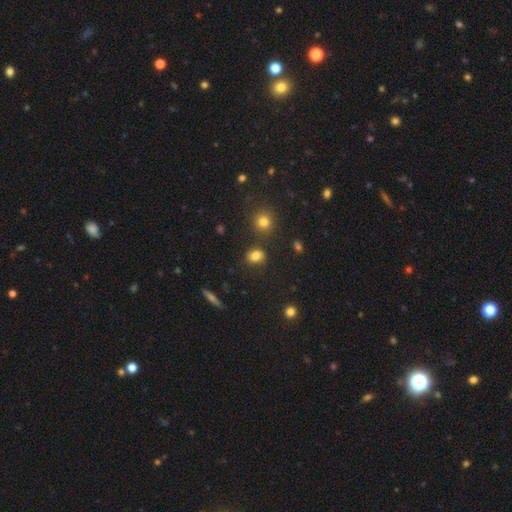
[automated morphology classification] This is clearly a smooth galaxy (80%). How rounded: possibly in between (57%). Merging: likely none (74%).